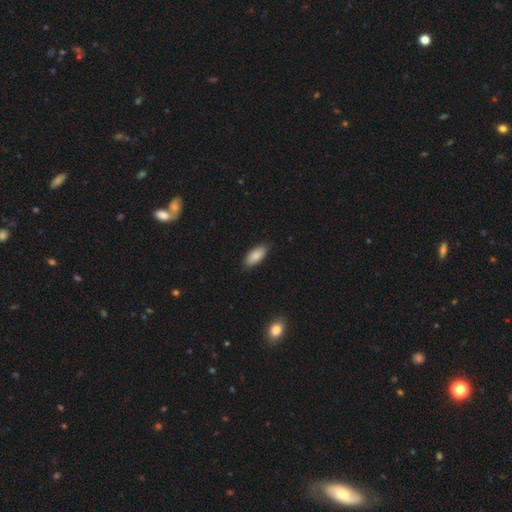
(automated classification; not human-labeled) A smooth galaxy with no disk features (87%) that is in between round and cigar-shaped (87%).

Vote fractions:
- Smooth or featured? smooth: 87% / featured or disk: 7% / star or artifact: 6%
- How rounded? in between: 87% / cigar-shaped: 11% / round: 2%
- Merging? none: 86% / minor disturbance: 11% / major disturbance: 2% / merger: 1%